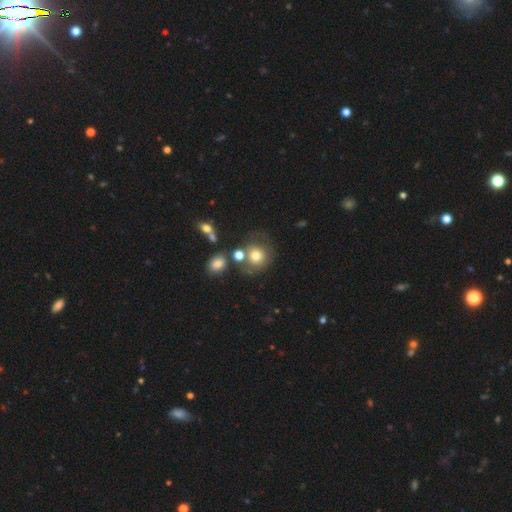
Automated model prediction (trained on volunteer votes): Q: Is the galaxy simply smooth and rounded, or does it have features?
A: smooth — 72%.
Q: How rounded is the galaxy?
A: round — 81%.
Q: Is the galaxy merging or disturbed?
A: none — 55%.